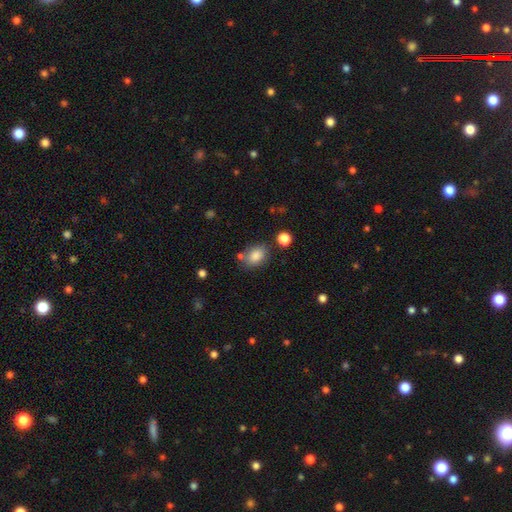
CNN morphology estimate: Overall: smooth (84%). How rounded: in between (72%). Merging: none (70%).